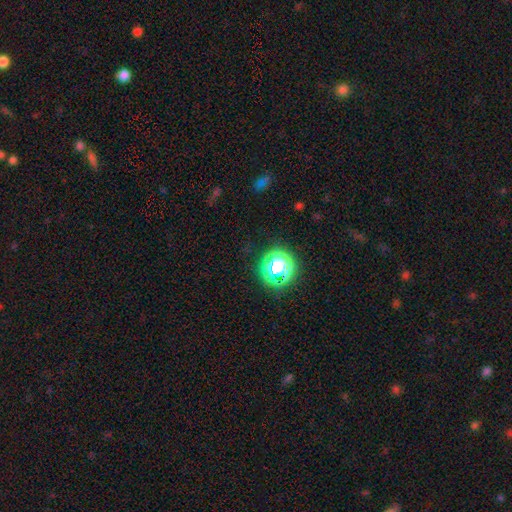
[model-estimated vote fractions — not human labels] The model was most divided on "smooth or featured": star or artifact: 71%, smooth: 22%, featured or disk: 7%.